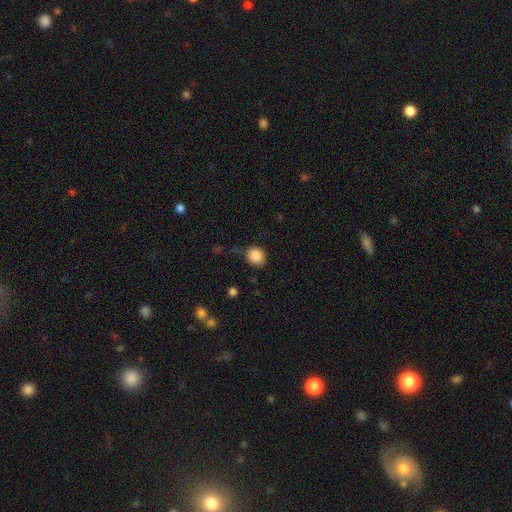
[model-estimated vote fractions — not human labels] A smooth galaxy with no disk features (87%) that is round (77%).

Vote fractions:
- Smooth or featured? smooth: 87% / star or artifact: 9% / featured or disk: 4%
- How rounded? round: 77% / in between: 22% / cigar-shaped: 1%
- Merging? none: 66% / minor disturbance: 23% / major disturbance: 8% / merger: 3%